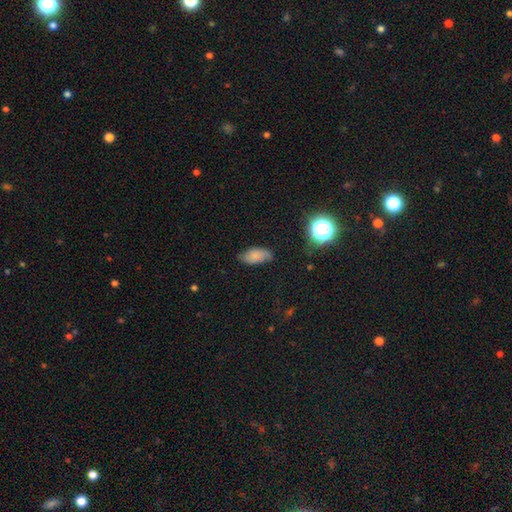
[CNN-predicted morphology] The model was most divided on "merging": none: 67%, minor disturbance: 26%, major disturbance: 5%, merger: 2%. More confident: how rounded — in between (91%); smooth or featured — smooth (73%).